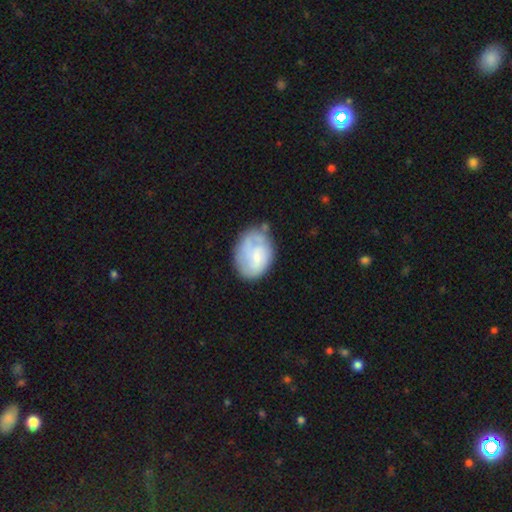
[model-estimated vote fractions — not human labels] smooth-or-featured: smooth: 50% | featured or disk: 44% | star or artifact: 7%
  merging: none: 51% | minor disturbance: 30% | major disturbance: 13% | merger: 5%